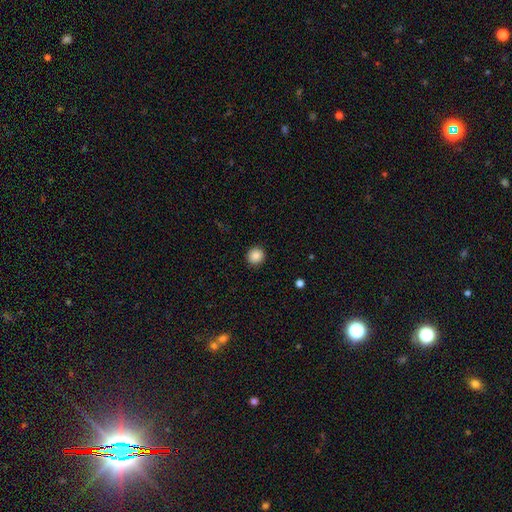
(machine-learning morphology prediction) type=smooth (87%); roundness=round (91%); merging=none (92%).